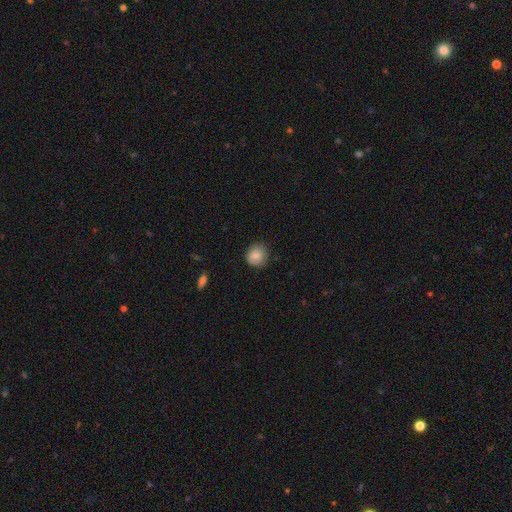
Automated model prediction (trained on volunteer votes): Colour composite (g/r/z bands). It shows a smooth galaxy with no disk features (80%) that is round (87%). Merging: none (80%).